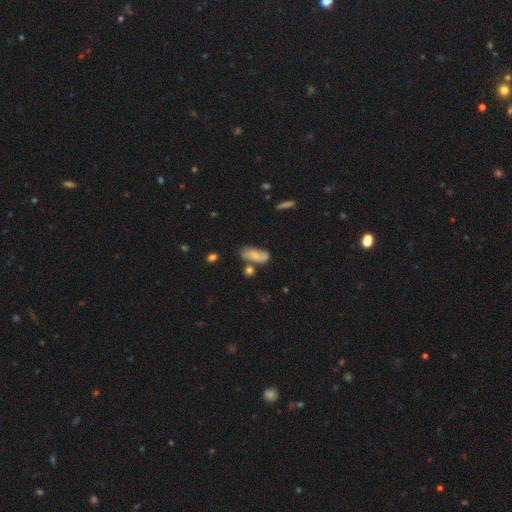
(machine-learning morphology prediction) A smooth galaxy with no disk features (64%) that is in between round and cigar-shaped (79%).

Vote fractions:
- Smooth or featured? smooth: 64% / featured or disk: 27% / star or artifact: 9%
- How rounded? in between: 79% / cigar-shaped: 17% / round: 4%
- Merging? none: 52% / minor disturbance: 25% / merger: 16% / major disturbance: 8%